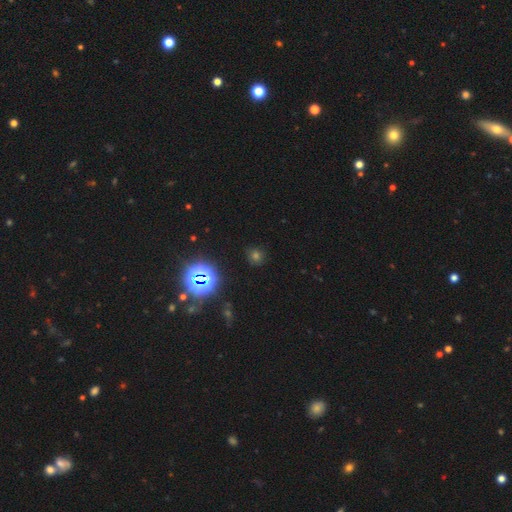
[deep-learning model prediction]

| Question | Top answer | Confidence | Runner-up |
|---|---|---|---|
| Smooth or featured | star or artifact | 46% | tied: smooth (46%) |